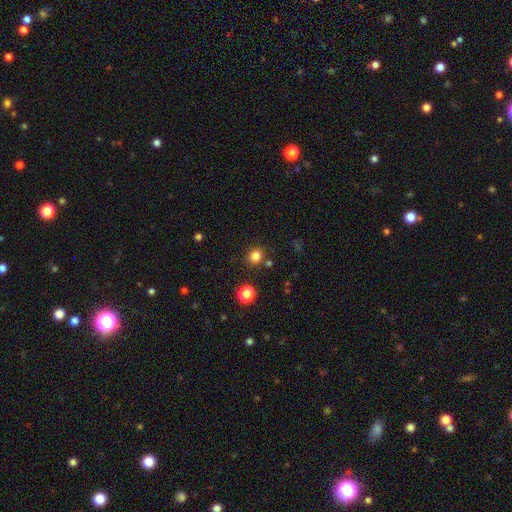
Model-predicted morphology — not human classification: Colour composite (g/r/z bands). It shows a smooth galaxy with no disk features (82%) that is round (84%). Merging: none (83%).